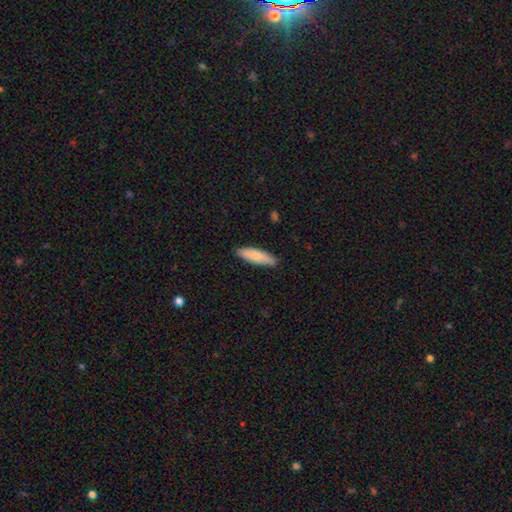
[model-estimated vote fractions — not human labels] This is clearly a smooth galaxy (81%). How rounded: likely cigar-shaped (60%). Merging: clearly none (87%).